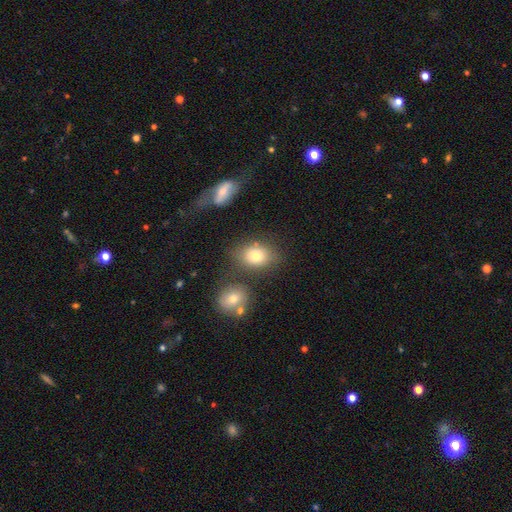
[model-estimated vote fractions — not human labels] Smooth or featured? Predicted: smooth (p=0.78). How rounded? Predicted: in between (p=0.70). Merging? Predicted: none (p=0.68).